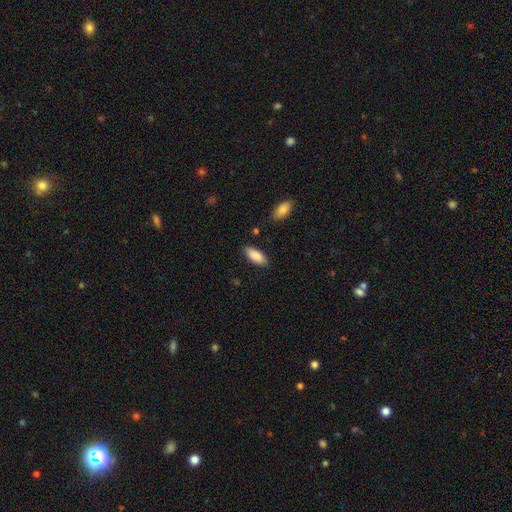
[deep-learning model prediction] Smooth or featured?
  - smooth: 88% *
  - star or artifact: 6%
  - featured or disk: 6%
How rounded?
  - in between: 84% *
  - cigar-shaped: 14%
  - round: 2%
Merging?
  - none: 84% *
  - minor disturbance: 12%
  - major disturbance: 3%
  - merger: 2%